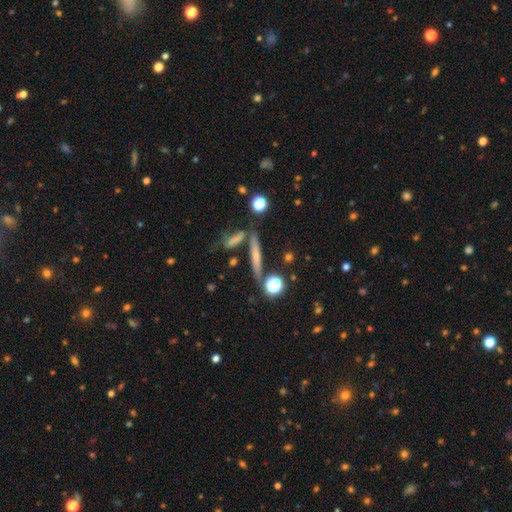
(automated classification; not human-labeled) smooth-or-featured: smooth: 51% | featured or disk: 37% | star or artifact: 12%
  how-rounded: cigar-shaped: 83% | in between: 9% | round: 8%
  merging: none: 77% | minor disturbance: 10% | merger: 10% | major disturbance: 3%